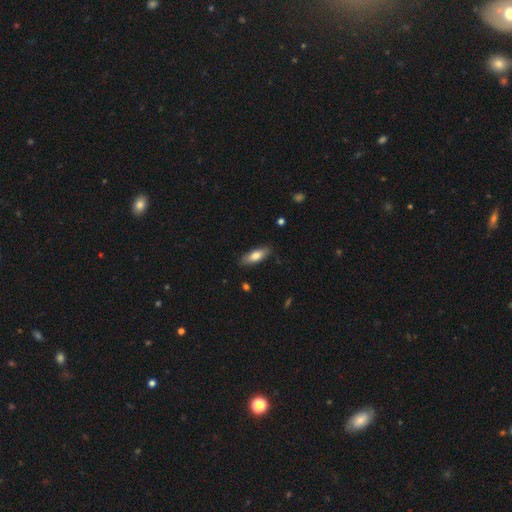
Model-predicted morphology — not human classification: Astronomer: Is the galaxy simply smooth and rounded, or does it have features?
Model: smooth — 77%.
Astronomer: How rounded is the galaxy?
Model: in between — 68%.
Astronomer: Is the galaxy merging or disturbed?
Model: none — 84%.